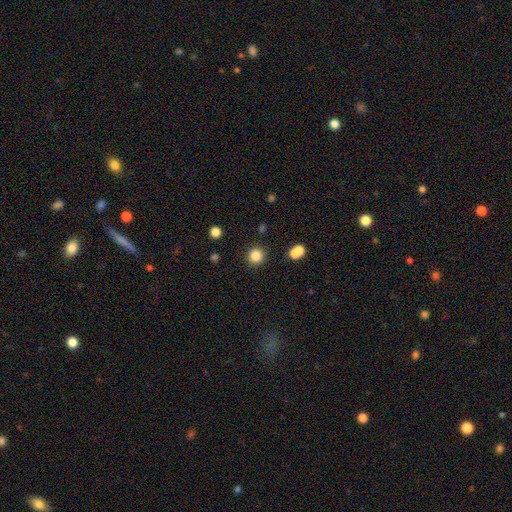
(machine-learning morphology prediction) Smooth or featured? Predicted: smooth (p=0.84). How rounded? Predicted: round (p=0.91). Merging? Predicted: none (p=0.87).